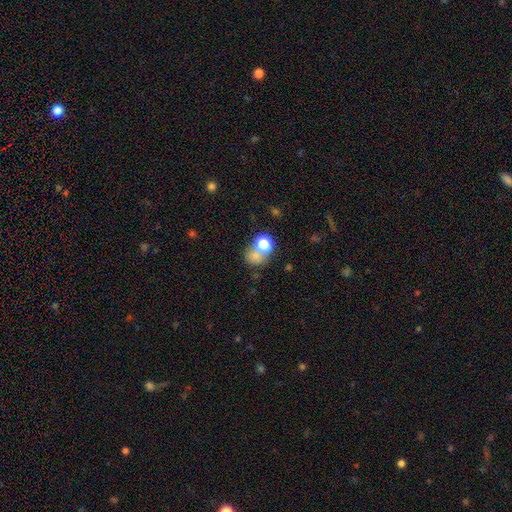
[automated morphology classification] This is likely a smooth galaxy (71%). How rounded: likely round (70%). Merging: marginally merger (41%).